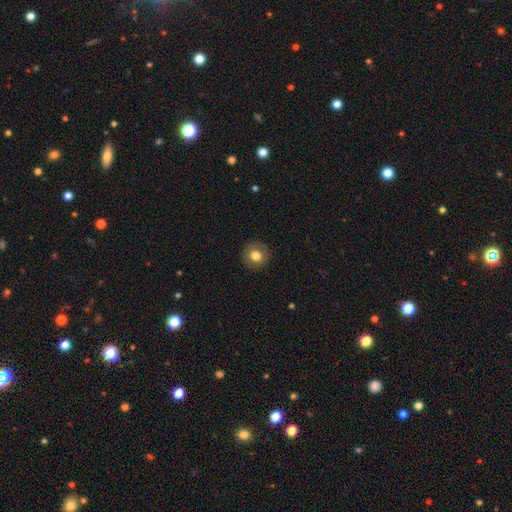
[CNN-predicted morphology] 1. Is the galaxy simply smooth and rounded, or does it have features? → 78% smooth, 12% featured or disk, 9% star or artifact.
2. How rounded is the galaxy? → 91% round, 8% in between, 1% cigar-shaped.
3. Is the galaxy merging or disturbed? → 90% none, 6% minor disturbance, 2% major disturbance, 1% merger.